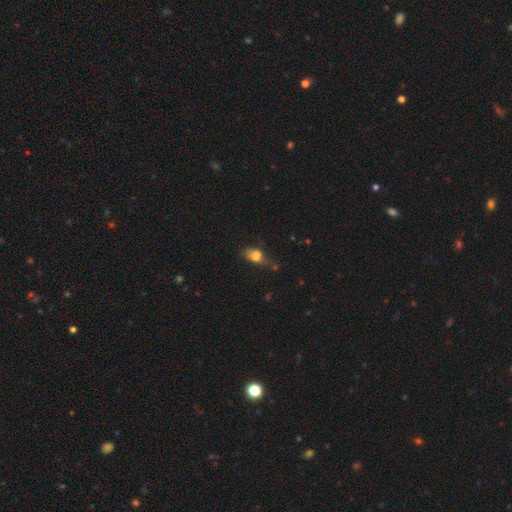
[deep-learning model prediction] Morphology: type=smooth (69%); roundness=in between (77%); merging=none (37%).